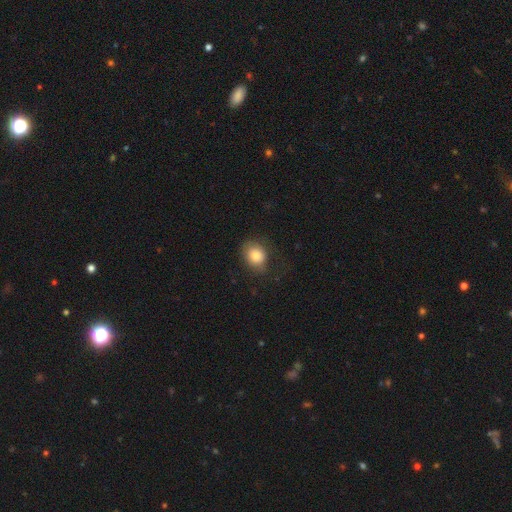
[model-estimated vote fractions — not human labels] Morphology: type=smooth (82%); roundness=round (54%); merging=none (67%).